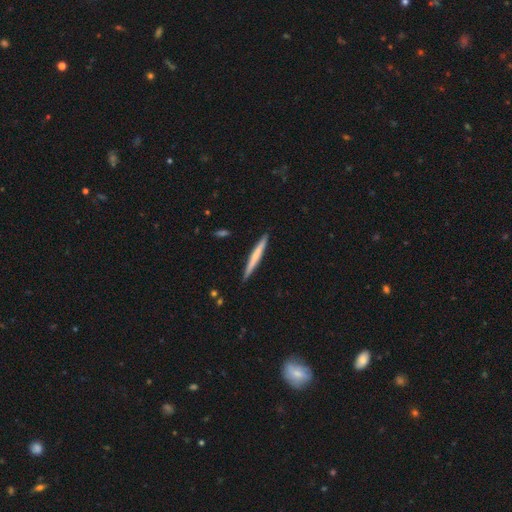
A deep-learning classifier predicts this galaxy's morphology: Overall: smooth (56%; featured or disk 38%). How rounded: cigar-shaped (96%). Merging: none (91%).